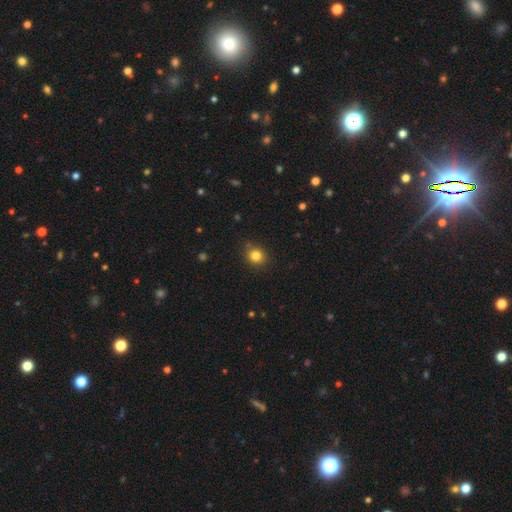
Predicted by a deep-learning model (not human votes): A smooth galaxy with no disk features (82%) that is round (84%).

Vote fractions:
- Smooth or featured? smooth: 82% / star or artifact: 12% / featured or disk: 5%
- How rounded? round: 84% / in between: 15% / cigar-shaped: 1%
- Merging? none: 85% / minor disturbance: 11% / major disturbance: 3% / merger: 2%